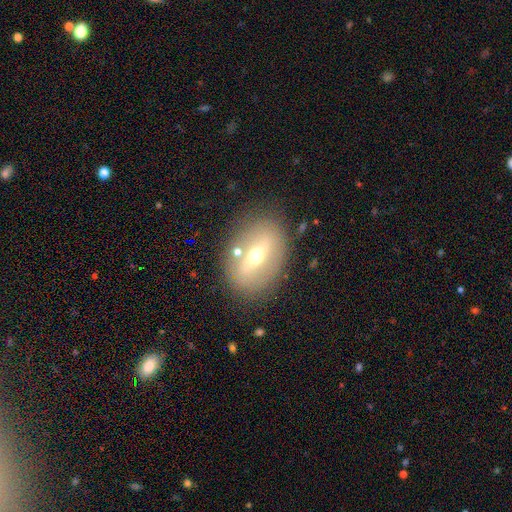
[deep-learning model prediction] A featured or disk galaxy (55%).

Vote fractions:
- Smooth or featured? featured or disk: 55% / smooth: 36% / star or artifact: 9%
- Edge-on disk? no: 82% / yes: 18%
- Merging? none: 80% / minor disturbance: 12% / major disturbance: 5% / merger: 4%